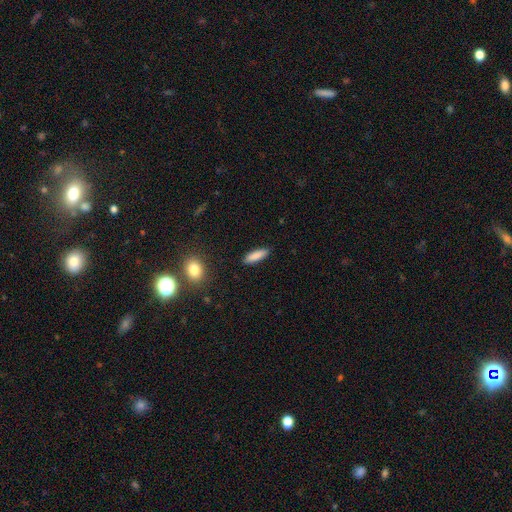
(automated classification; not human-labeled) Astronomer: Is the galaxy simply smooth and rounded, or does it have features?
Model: smooth — 87%.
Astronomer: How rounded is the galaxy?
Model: cigar-shaped — 60% (runner-up: in between, 39%).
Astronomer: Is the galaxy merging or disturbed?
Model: none — 89%.